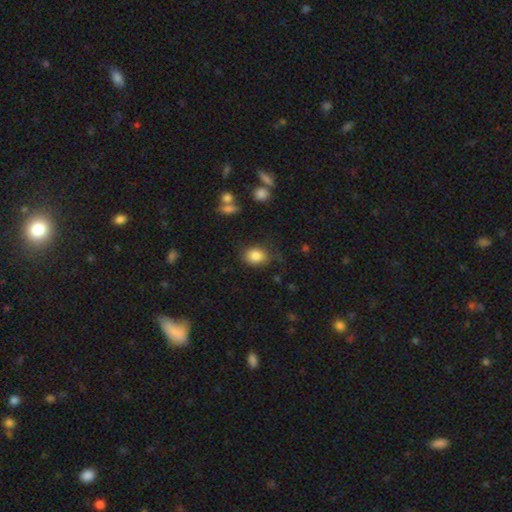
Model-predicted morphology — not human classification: This appears to be a smooth galaxy with no disk features (84%) that is in between round and cigar-shaped (60%). Merging: none (72%).